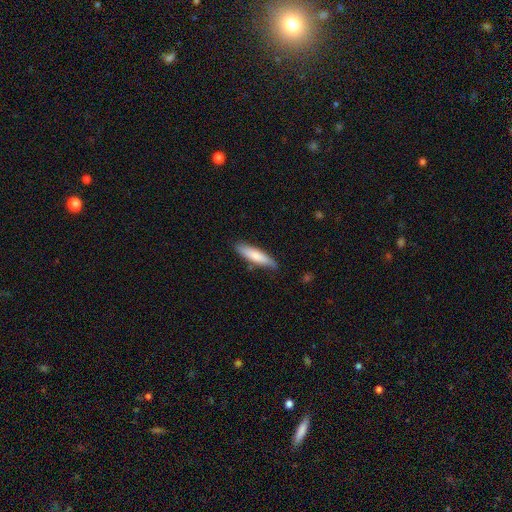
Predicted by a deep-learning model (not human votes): Smooth or featured? Predicted: smooth (p=0.76). How rounded? Predicted: cigar-shaped (p=0.73). Merging? Predicted: none (p=0.79).